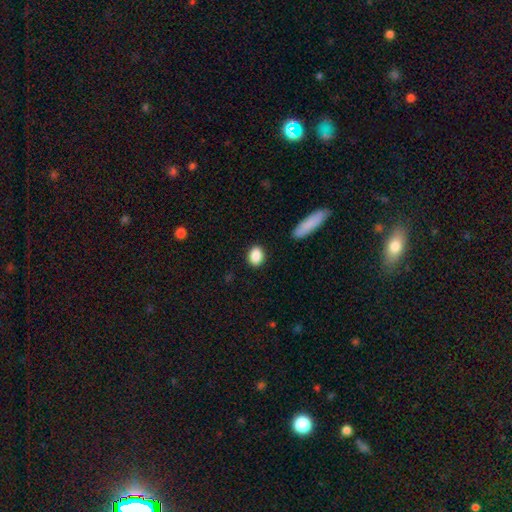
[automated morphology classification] smooth_or_featured: smooth (p=0.88) [alt: star or artifact p=0.08]
how_rounded: in between (p=0.59) [alt: round p=0.39]
merging: none (p=0.88) [alt: minor disturbance p=0.08]